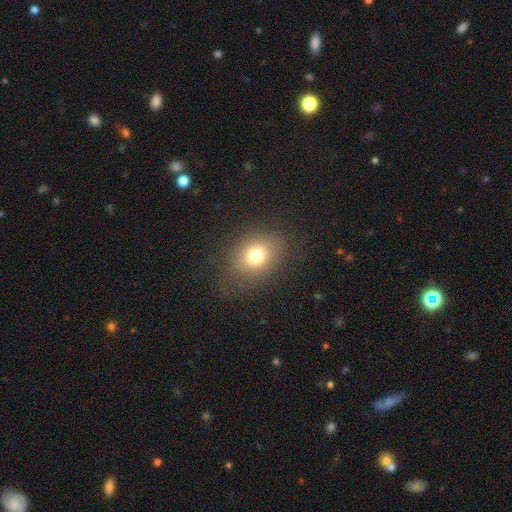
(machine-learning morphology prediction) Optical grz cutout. It shows a smooth galaxy with no disk features (75%) that is in between round and cigar-shaped (50%). Merging: none (80%).